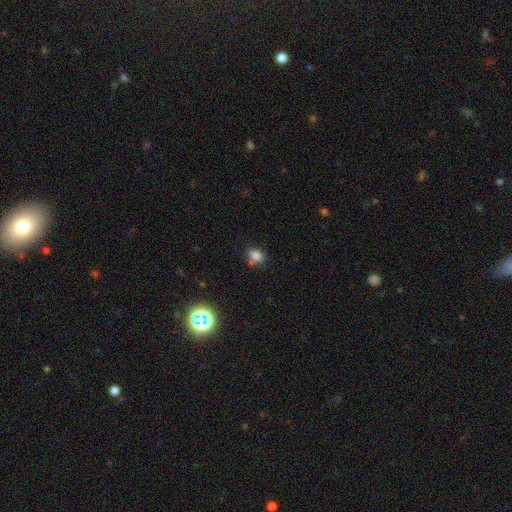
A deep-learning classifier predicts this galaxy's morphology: Smooth or featured: smooth — 79% (star or artifact — 14%)
How rounded: in between — 63% (round — 35%)
Merging: none — 61% (merger — 17%)